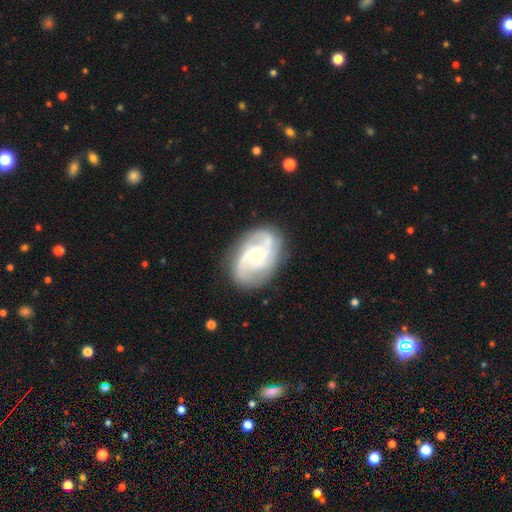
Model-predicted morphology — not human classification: type=featured or disk (85%); edge-on=no (97%); bar=no (67%); spiral arms=yes (96%); winding=medium (48%); arm count=2 (53%); bulge=small (67%); merging=none (78%).